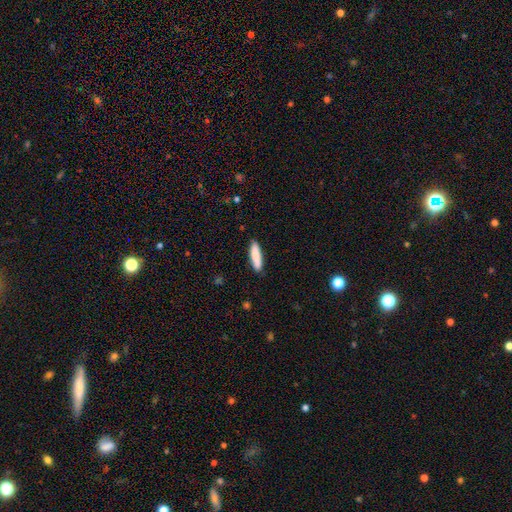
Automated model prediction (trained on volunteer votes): Morphology: type=smooth (86%); roundness=cigar-shaped (77%); merging=none (89%).